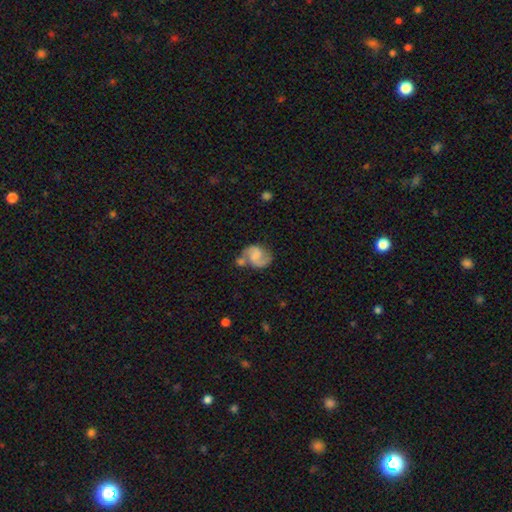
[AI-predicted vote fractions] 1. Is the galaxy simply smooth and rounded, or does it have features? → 67% featured or disk, 25% smooth, 8% star or artifact.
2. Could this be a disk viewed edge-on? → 98% no, 2% yes.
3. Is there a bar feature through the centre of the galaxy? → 46% no, 43% weak, 12% strong.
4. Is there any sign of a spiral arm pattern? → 90% yes, 10% no.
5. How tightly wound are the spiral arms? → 50% medium, 32% loose, 18% tight.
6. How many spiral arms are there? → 87% 2, 5% can't tell, 5% 1, 1% 3, 1% 4, 1% more than 4.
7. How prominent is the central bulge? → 47% none, 23% small, 19% moderate, 9% large, 2% dominant.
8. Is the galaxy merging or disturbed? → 45% none, 24% merger, 20% minor disturbance, 10% major disturbance.